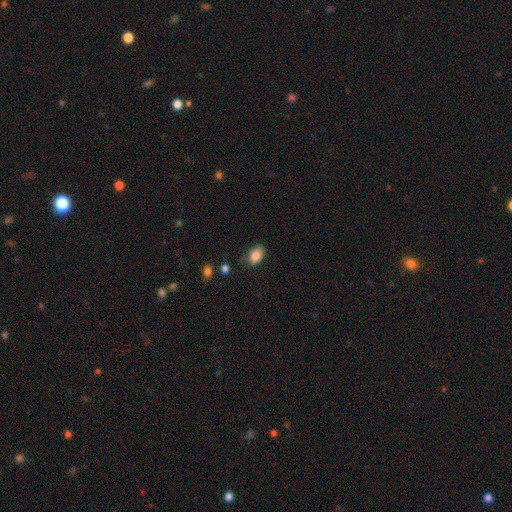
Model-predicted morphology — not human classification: The model was most divided on "merging": none: 75%, minor disturbance: 18%, major disturbance: 4%, merger: 2%. More confident: smooth or featured — smooth (86%); how rounded — in between (85%).